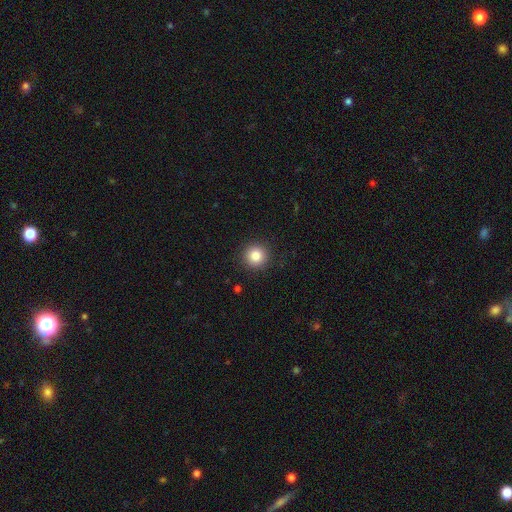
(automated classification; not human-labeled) A smooth galaxy with no disk features (84%) that is round (94%). Merging: none (92%).